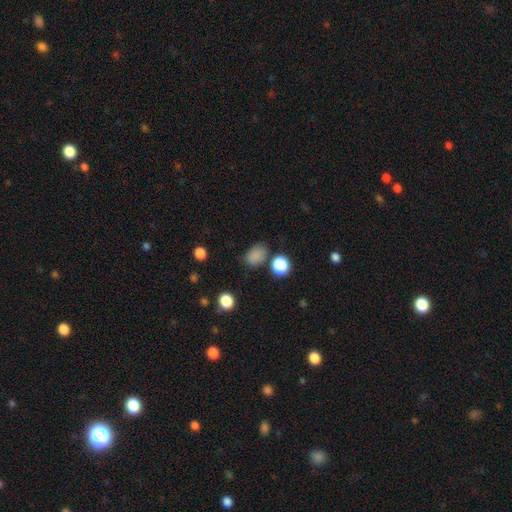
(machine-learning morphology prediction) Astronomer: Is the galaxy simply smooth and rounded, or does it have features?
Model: smooth — 82%.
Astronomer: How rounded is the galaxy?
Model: in between — 74%.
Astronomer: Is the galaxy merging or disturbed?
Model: none — 72%.